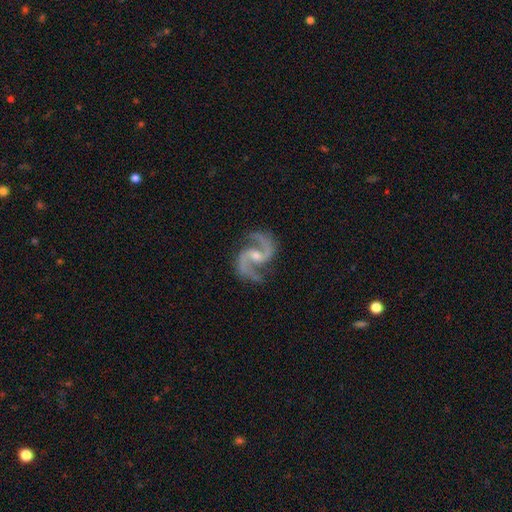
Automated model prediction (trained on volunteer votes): featured or disk 94%, star or artifact 4%, smooth 2%. Down the decision tree: edge-on disk — no (98%); bar — weak (46%); spiral arms — yes (99%); spiral arm count — 2 (94%); spiral winding — medium (62%); bulge size — small (53%); merging — none (81%).